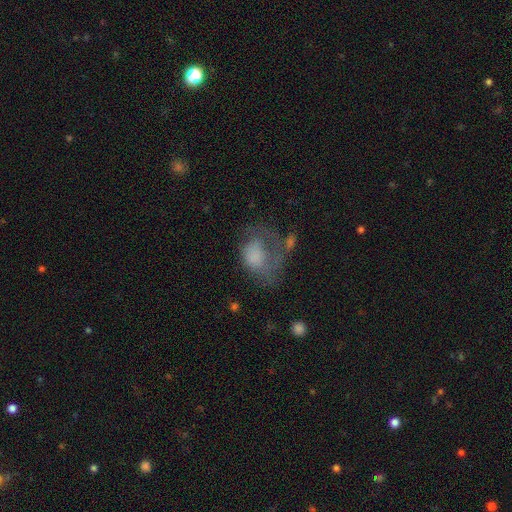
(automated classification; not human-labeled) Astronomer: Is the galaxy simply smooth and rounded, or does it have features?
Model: smooth — 55% (runner-up: featured or disk, 34%).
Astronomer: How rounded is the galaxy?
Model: in between — 67%.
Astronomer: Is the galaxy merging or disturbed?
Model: major disturbance — 54%.